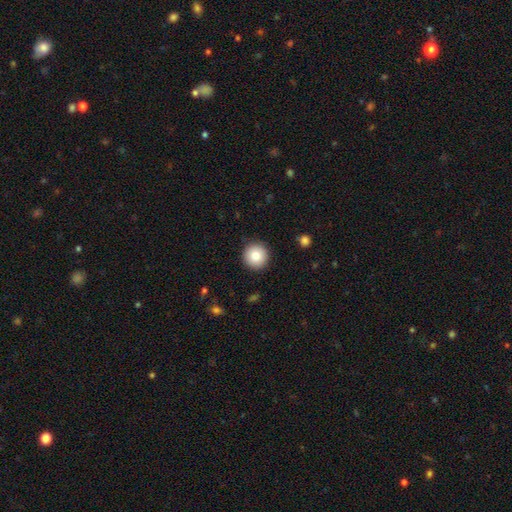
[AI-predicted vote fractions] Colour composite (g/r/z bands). It shows a smooth galaxy with no disk features (83%) that is round (96%). Merging: none (92%).